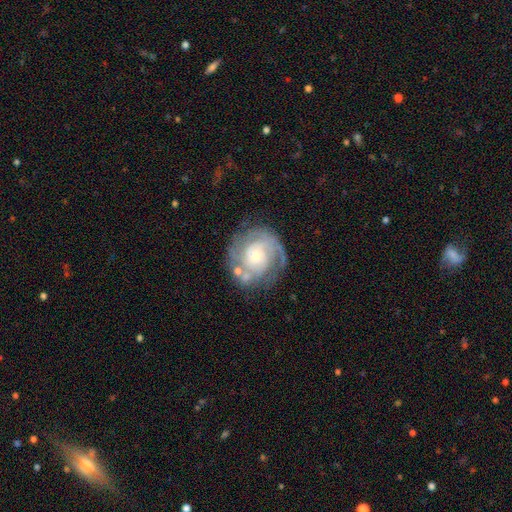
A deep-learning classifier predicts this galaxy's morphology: Q: Smooth or featured?
A: featured or disk (81%); runner-up: smooth (13%)
Q: Edge-on disk?
A: no (98%); runner-up: yes (2%)
Q: Bar?
A: no (72%); runner-up: weak (23%)
Q: Spiral arms?
A: yes (92%); runner-up: no (8%)
Q: Spiral winding?
A: tight (61%); runner-up: medium (30%)
Q: Spiral arm count?
A: 2 (47%); runner-up: can't tell (25%)
Q: Bulge size?
A: small (52%); runner-up: moderate (41%)
Q: Merging?
A: none (69%); runner-up: minor disturbance (17%)